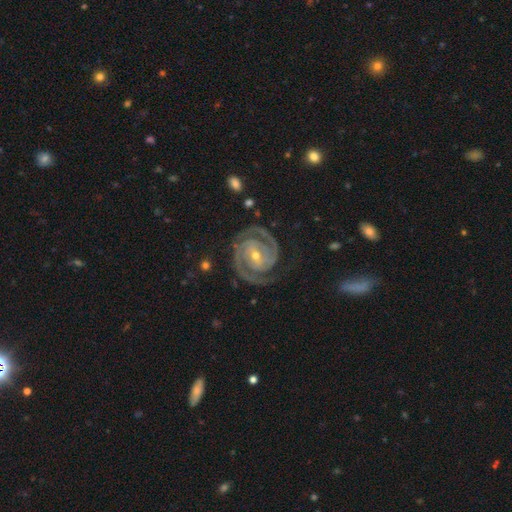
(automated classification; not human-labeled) The model was most divided on "bar": weak: 37%, no: 33%, strong: 30%. More confident: spiral arms — yes (99%); edge-on disk — no (98%); smooth or featured — featured or disk (93%); spiral arm count — 2 (89%); merging — none (82%); spiral winding — tight (71%); bulge size — small (61%).